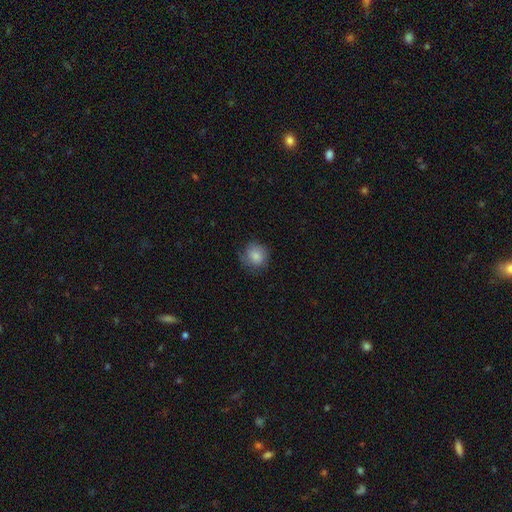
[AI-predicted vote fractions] Smooth or featured?
  - smooth: 80% *
  - featured or disk: 12%
  - star or artifact: 8%
How rounded?
  - round: 83% *
  - in between: 16%
  - cigar-shaped: 1%
Merging?
  - none: 68% *
  - minor disturbance: 23%
  - major disturbance: 8%
  - merger: 1%